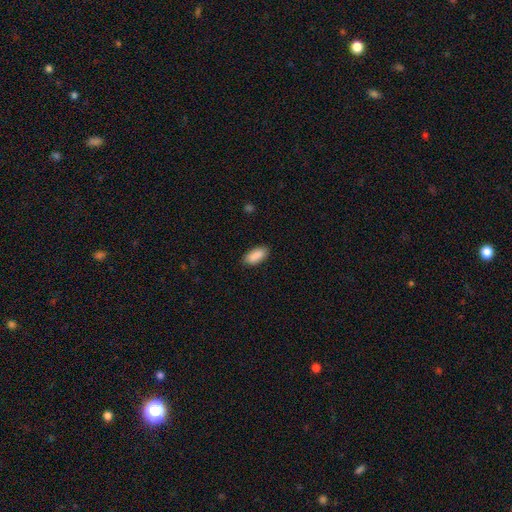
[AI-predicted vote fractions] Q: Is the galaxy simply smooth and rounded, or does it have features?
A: smooth — 90%.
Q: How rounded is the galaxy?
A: in between — 90%.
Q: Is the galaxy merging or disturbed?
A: none — 87%.